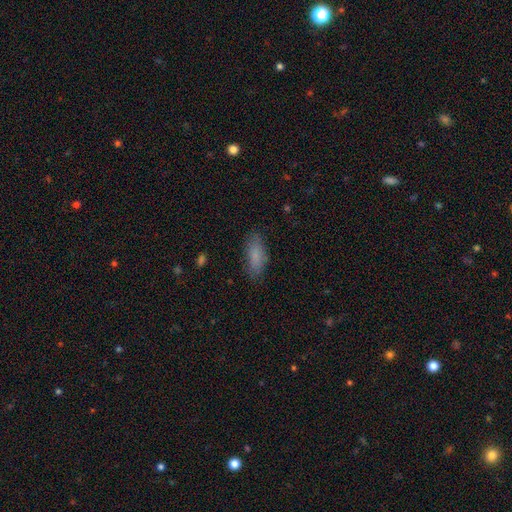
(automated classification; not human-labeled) A smooth galaxy with no disk features (83%) that is in between round and cigar-shaped (72%). Merging: none (82%).